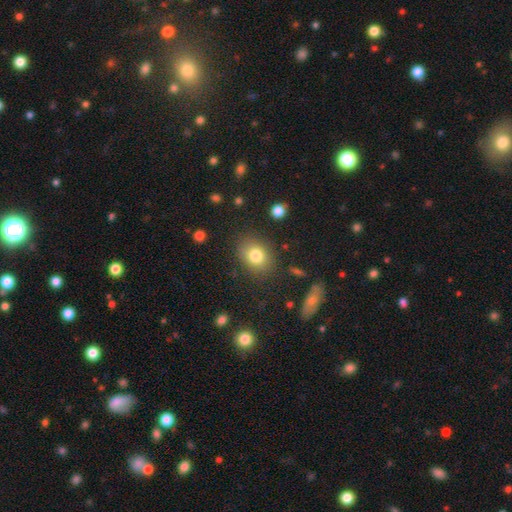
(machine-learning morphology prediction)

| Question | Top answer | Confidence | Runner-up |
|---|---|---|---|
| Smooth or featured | smooth | 80% | star or artifact (10%) |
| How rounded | in between | 54% | round (45%) |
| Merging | none | 82% | minor disturbance (12%) |